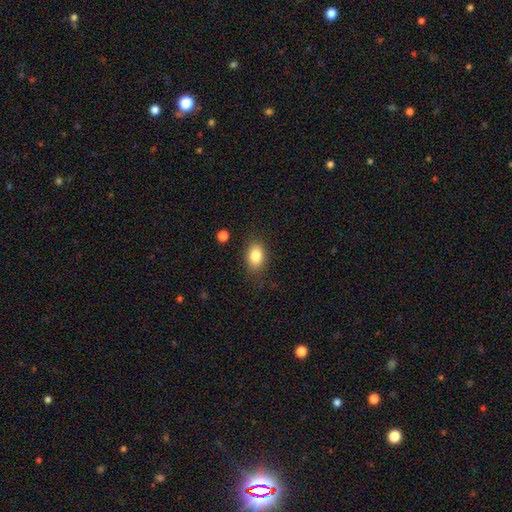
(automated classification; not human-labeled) Smooth or featured?
  - smooth: 84% *
  - star or artifact: 9%
  - featured or disk: 7%
How rounded?
  - in between: 77% *
  - round: 22%
  - cigar-shaped: 1%
Merging?
  - none: 81% *
  - minor disturbance: 13%
  - major disturbance: 4%
  - merger: 2%